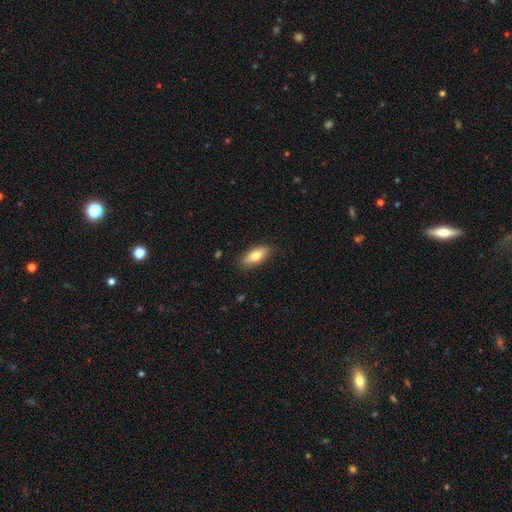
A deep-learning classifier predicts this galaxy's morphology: Smooth or featured: smooth — 72% (featured or disk — 21%)
How rounded: in between — 77% (cigar-shaped — 20%)
Merging: none — 86% (minor disturbance — 11%)